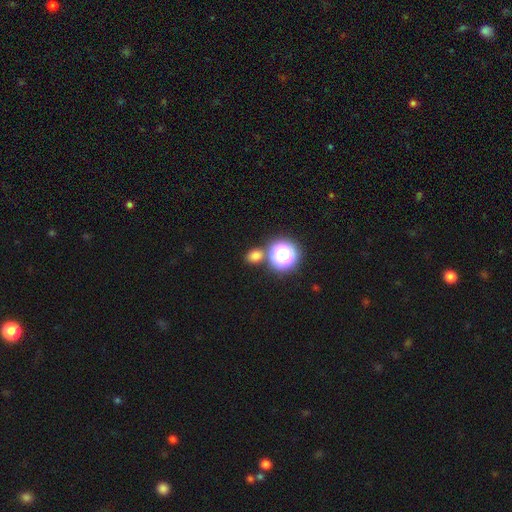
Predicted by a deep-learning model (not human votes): smooth-or-featured: smooth: 71% | star or artifact: 23% | featured or disk: 6%
  how-rounded: round: 60% | in between: 38% | cigar-shaped: 1%
  merging: none: 75% | merger: 13% | minor disturbance: 9% | major disturbance: 3%